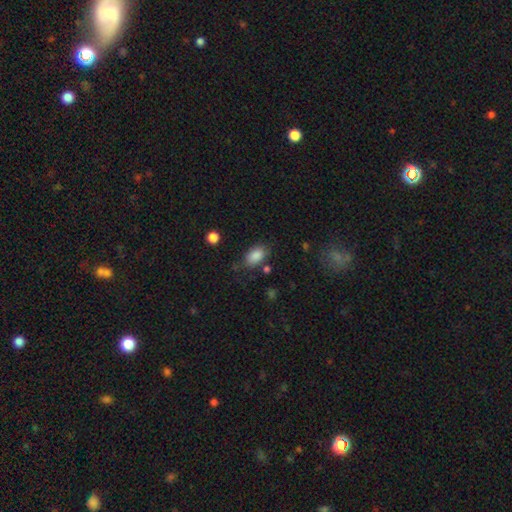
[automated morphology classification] Smooth or featured? smooth (86%)
How rounded? in between (91%)
Merging? none (73%)